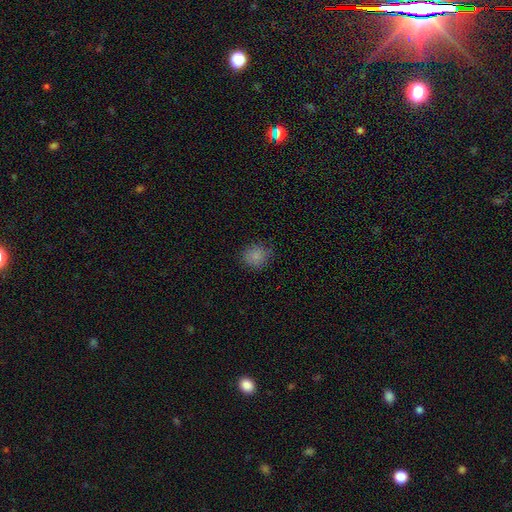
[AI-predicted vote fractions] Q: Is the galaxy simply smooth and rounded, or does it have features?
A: smooth — 83%.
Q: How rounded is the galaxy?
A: round — 78%.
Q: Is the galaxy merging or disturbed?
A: none — 81%.